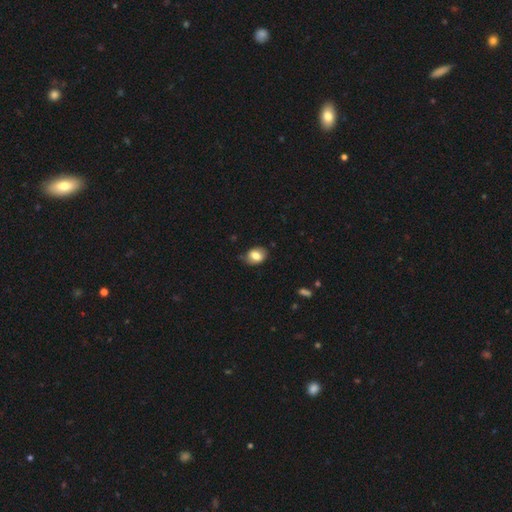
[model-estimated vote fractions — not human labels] This is likely a smooth galaxy (77%). How rounded: likely in between (67%). Merging: likely none (71%).